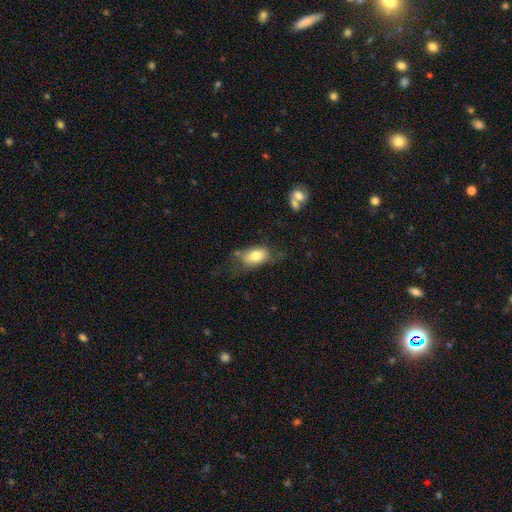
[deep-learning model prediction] Smooth or featured?
  - smooth: 74% *
  - featured or disk: 18%
  - star or artifact: 8%
How rounded?
  - in between: 88% *
  - round: 8%
  - cigar-shaped: 4%
Merging?
  - none: 48% *
  - minor disturbance: 29%
  - major disturbance: 19%
  - merger: 5%